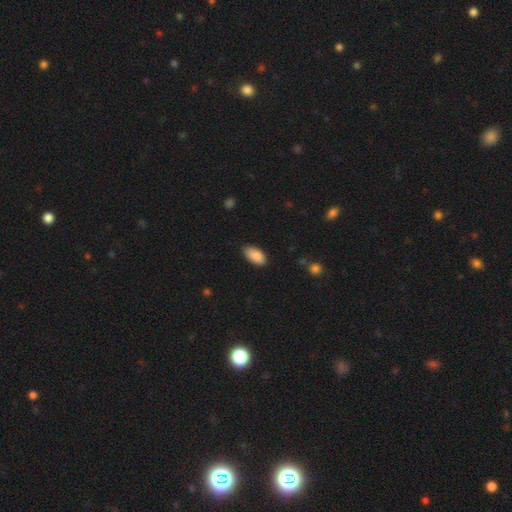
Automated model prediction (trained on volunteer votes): smooth_or_featured: smooth (p=0.90) [alt: star or artifact p=0.06]
how_rounded: in between (p=0.94) [alt: cigar-shaped p=0.03]
merging: none (p=0.84) [alt: minor disturbance p=0.13]